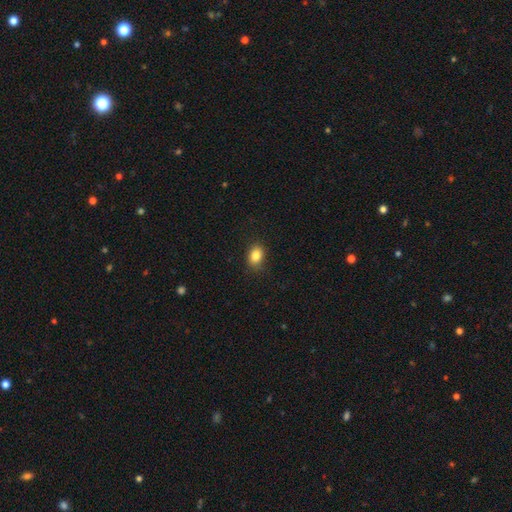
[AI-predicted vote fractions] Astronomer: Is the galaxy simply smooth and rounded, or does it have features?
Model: smooth — 84%.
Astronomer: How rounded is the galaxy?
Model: in between — 70%.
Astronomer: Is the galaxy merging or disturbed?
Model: none — 87%.